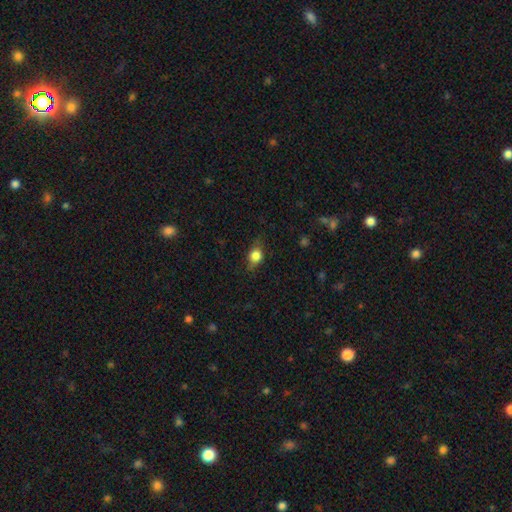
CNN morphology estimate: smooth-or-featured: smooth: 77% | featured or disk: 13% | star or artifact: 9%
  how-rounded: in between: 54% | round: 42% | cigar-shaped: 4%
  merging: none: 72% | minor disturbance: 21% | major disturbance: 6% | merger: 1%